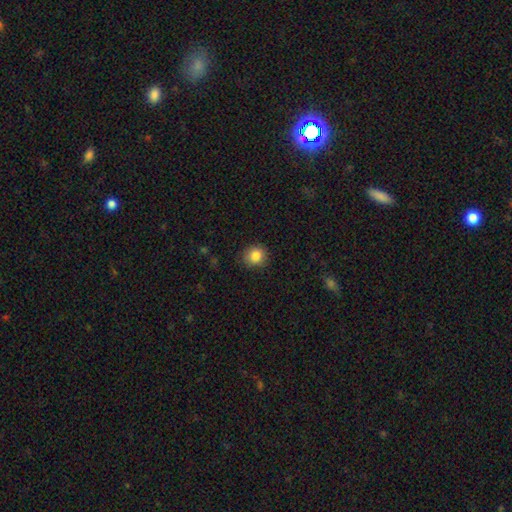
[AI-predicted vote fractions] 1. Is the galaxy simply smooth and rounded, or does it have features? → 85% smooth, 9% star or artifact, 5% featured or disk.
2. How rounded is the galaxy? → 82% round, 17% in between, 1% cigar-shaped.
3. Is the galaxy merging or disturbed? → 86% none, 10% minor disturbance, 2% major disturbance, 1% merger.